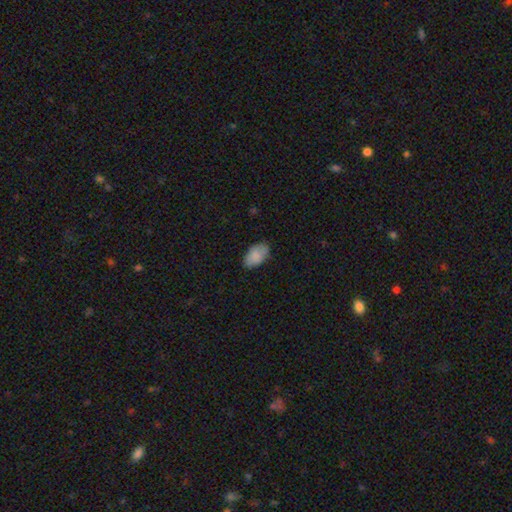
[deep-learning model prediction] A smooth galaxy with no disk features (85%) that is in between round and cigar-shaped (93%). Merging: none (75%).